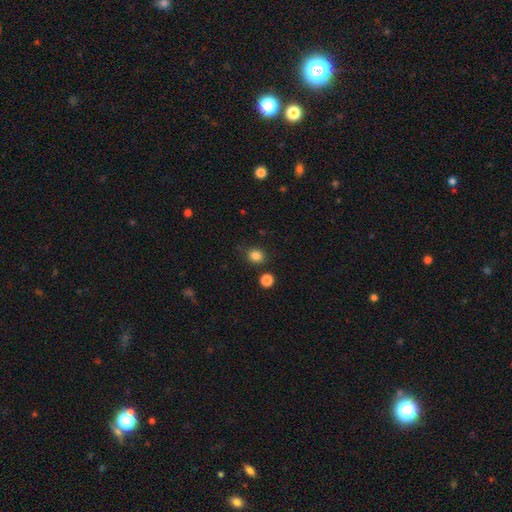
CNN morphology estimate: A smooth galaxy with no disk features (84%) that is round (71%).

Vote fractions:
- Smooth or featured? smooth: 84% / star or artifact: 12% / featured or disk: 4%
- How rounded? round: 71% / in between: 28% / cigar-shaped: 1%
- Merging? none: 82% / minor disturbance: 11% / merger: 5% / major disturbance: 3%